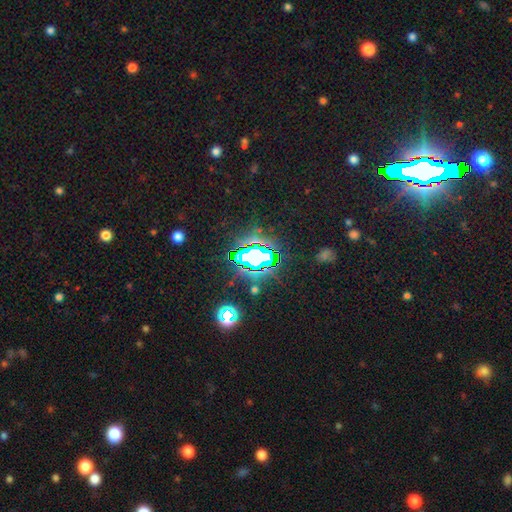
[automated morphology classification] This is likely a star or artifact rather than a galaxy (71%).